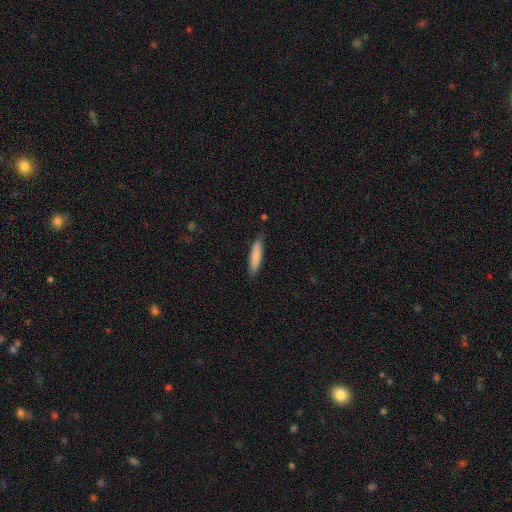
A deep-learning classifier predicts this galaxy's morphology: A smooth galaxy with no disk features (84%) that is cigar-shaped (80%).

Vote fractions:
- Smooth or featured? smooth: 84% / featured or disk: 10% / star or artifact: 6%
- How rounded? cigar-shaped: 80% / in between: 19% / round: 1%
- Merging? none: 82% / minor disturbance: 15% / major disturbance: 2% / merger: 1%